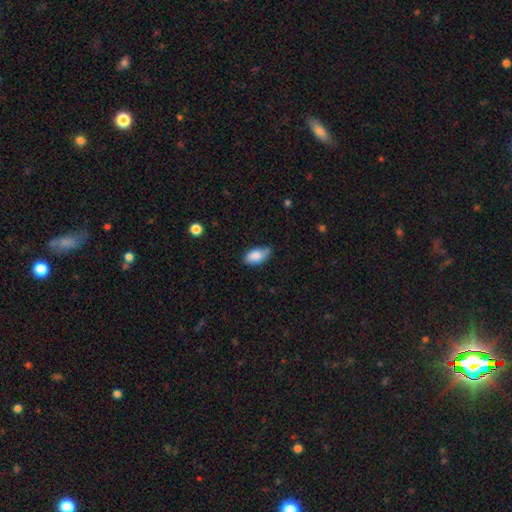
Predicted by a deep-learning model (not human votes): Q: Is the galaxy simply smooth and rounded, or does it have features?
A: smooth — 84%.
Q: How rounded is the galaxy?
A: in between — 93%.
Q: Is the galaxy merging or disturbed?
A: none — 60%.